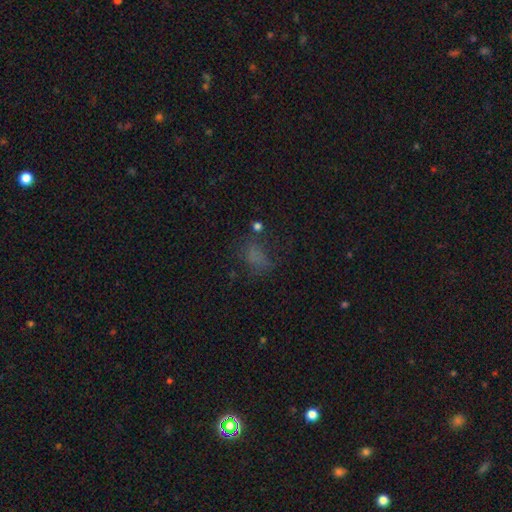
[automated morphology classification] This is possibly a smooth galaxy (58%). How rounded: likely in between (72%). Merging: possibly none (45%).